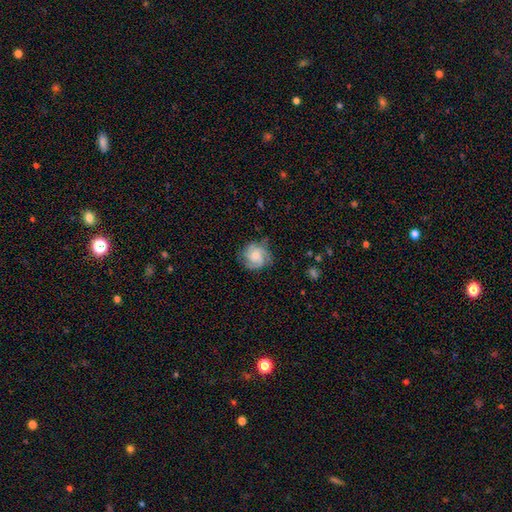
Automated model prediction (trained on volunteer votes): Q: Smooth or featured?
A: featured or disk (65%); runner-up: smooth (27%)
Q: Edge-on disk?
A: no (98%); runner-up: yes (2%)
Q: Bar?
A: no (72%); runner-up: weak (24%)
Q: Spiral arms?
A: yes (93%); runner-up: no (7%)
Q: Spiral winding?
A: tight (50%); runner-up: medium (39%)
Q: Spiral arm count?
A: 3 (41%); runner-up: can't tell (20%)
Q: Bulge size?
A: small (46%); runner-up: moderate (43%)
Q: Merging?
A: none (73%); runner-up: minor disturbance (19%)